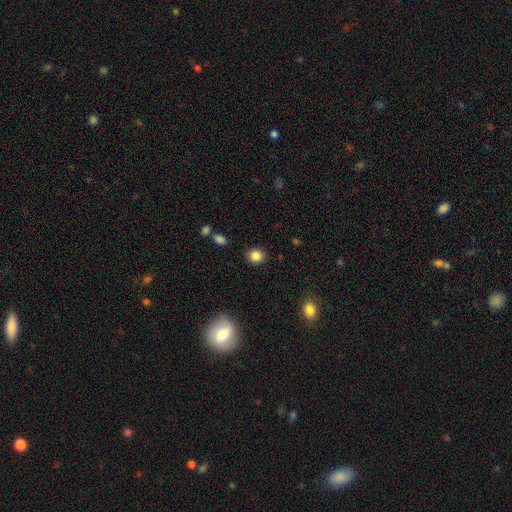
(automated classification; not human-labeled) Overall: smooth (85%). How rounded: round (80%). Merging: none (88%).